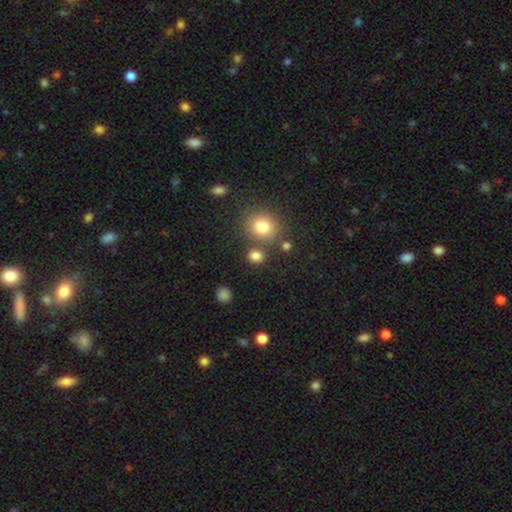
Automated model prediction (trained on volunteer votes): A smooth galaxy with no disk features (80%) that is round (71%). Merging: none (73%).